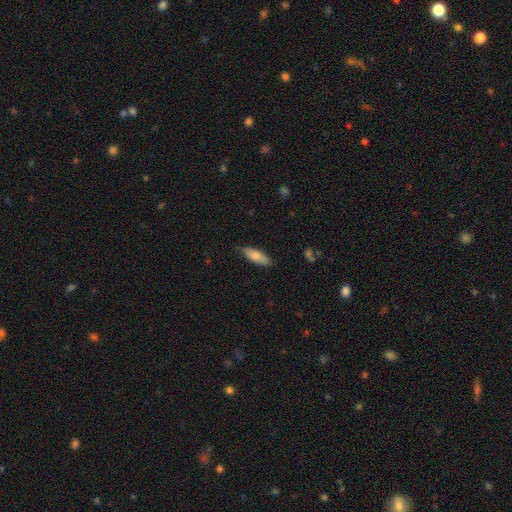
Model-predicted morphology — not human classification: smooth-or-featured: smooth: 74% | featured or disk: 20% | star or artifact: 6%
  how-rounded: in between: 68% | cigar-shaped: 30% | round: 2%
  merging: none: 81% | minor disturbance: 16% | major disturbance: 2% | merger: 1%